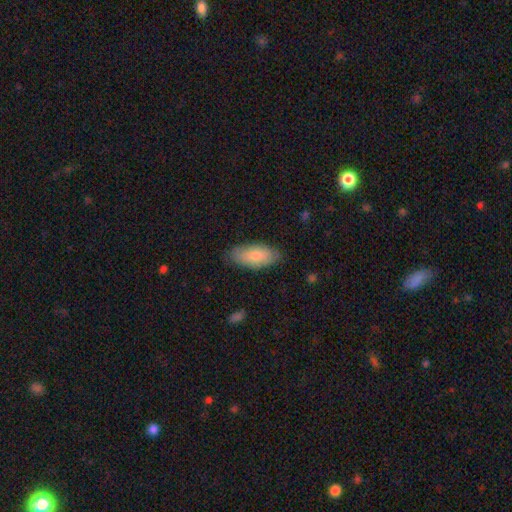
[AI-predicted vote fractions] Overall: smooth (79%). How rounded: in between (90%). Merging: none (79%).